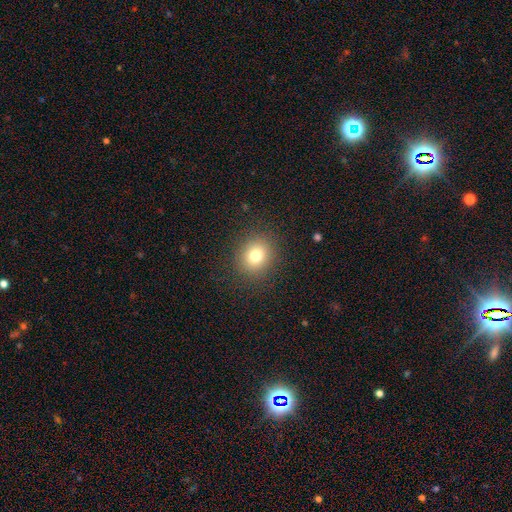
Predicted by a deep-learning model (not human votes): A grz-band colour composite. It shows a smooth galaxy with no disk features (77%) that is round (75%). Merging: none (88%).